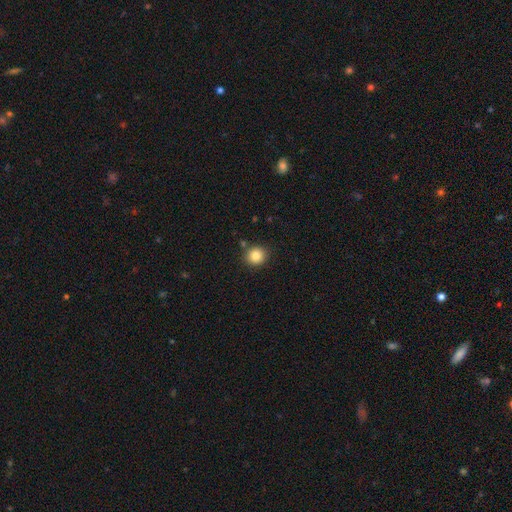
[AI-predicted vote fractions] Smooth or featured? Predicted: smooth (p=0.84). How rounded? Predicted: round (p=0.87). Merging? Predicted: none (p=0.85).